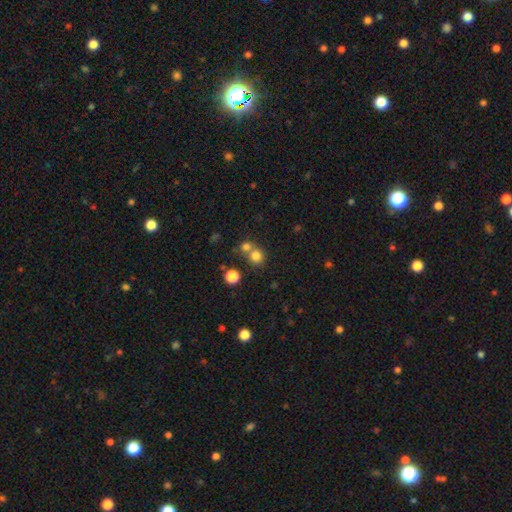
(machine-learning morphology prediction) Smooth or featured: smooth — 77% (star or artifact — 15%)
How rounded: round — 85% (in between — 14%)
Merging: none — 49% (merger — 42%)